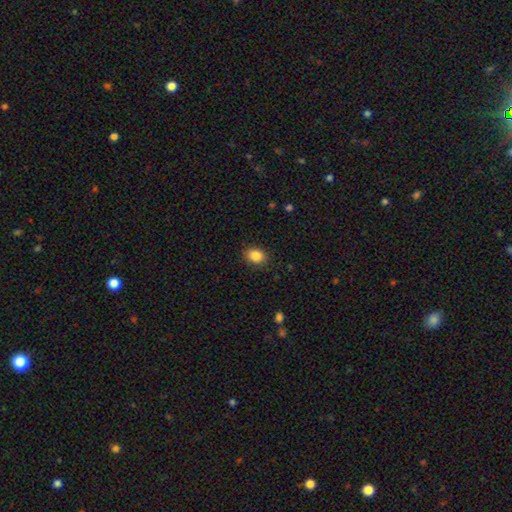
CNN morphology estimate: smooth 86%, star or artifact 9%, featured or disk 5%. Down the decision tree: how rounded — in between (59%); merging — none (88%).